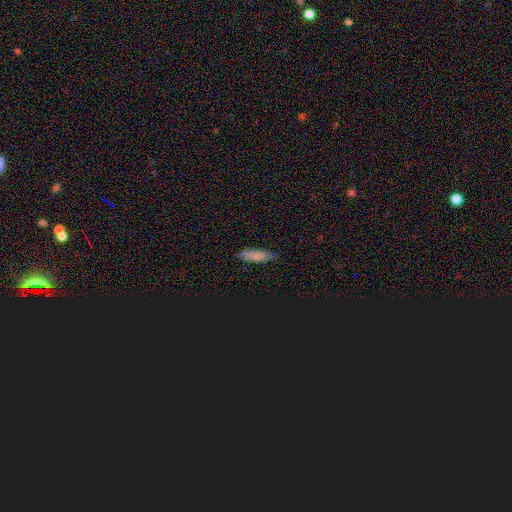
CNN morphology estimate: smooth-or-featured: smooth: 76% | star or artifact: 14% | featured or disk: 10%
  how-rounded: in between: 50% | cigar-shaped: 48% | round: 3%
  merging: none: 70% | minor disturbance: 25% | major disturbance: 4% | merger: 2%